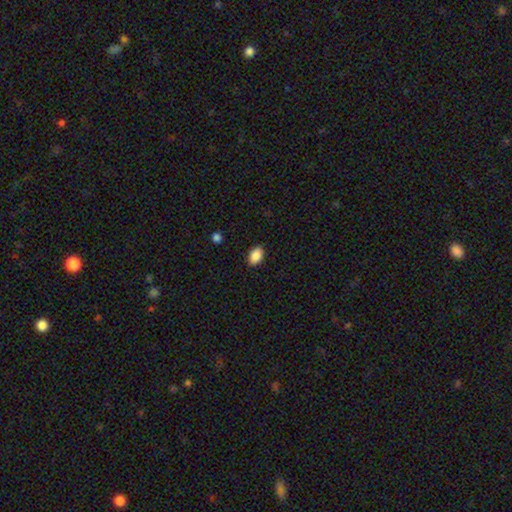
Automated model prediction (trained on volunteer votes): Smooth or featured? Predicted: smooth (p=0.89). How rounded? Predicted: in between (p=0.87). Merging? Predicted: none (p=0.88).